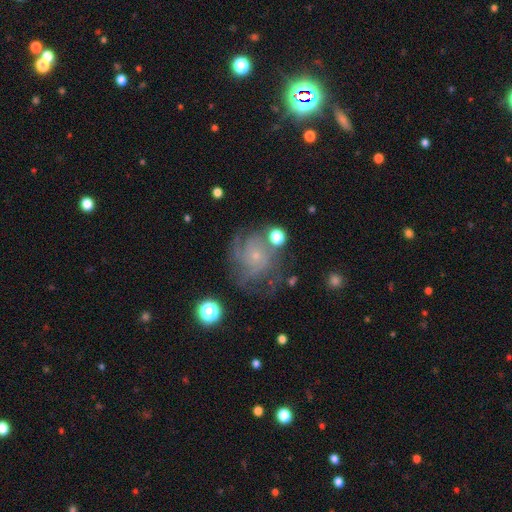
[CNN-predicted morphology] A featured or disk galaxy (71%) with no bar (81%), tight (52%) spiral arms (90%) and a small central bulge (80%).

Vote fractions:
- Smooth or featured? featured or disk: 71% / smooth: 17% / star or artifact: 12%
- Edge-on disk? no: 98% / yes: 2%
- Bar? no: 81% / weak: 16% / strong: 2%
- Spiral arms? yes: 90% / no: 10%
- Spiral winding? tight: 52% / medium: 35% / loose: 13%
- Spiral arm count? can't tell: 39% / 3: 20% / 4: 14% / 2: 13% / more than 4: 7% / 1: 6%
- Bulge size? small: 80% / moderate: 12% / none: 6% / large: 1% / dominant: 1%
- Merging? none: 57% / minor disturbance: 21% / major disturbance: 17% / merger: 5%